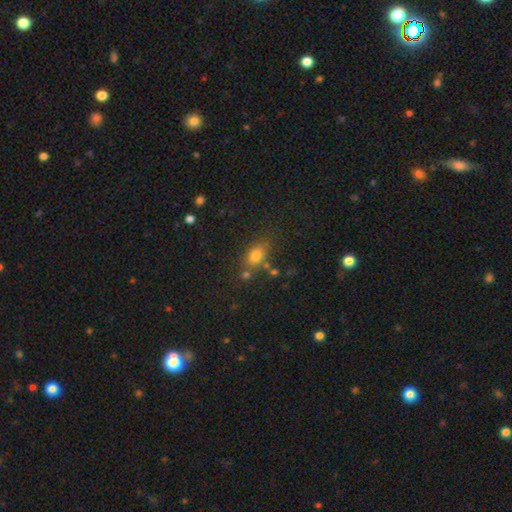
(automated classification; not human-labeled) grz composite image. It shows a smooth galaxy with no disk features (77%) that is in between round and cigar-shaped (71%). Merging: none (65%).